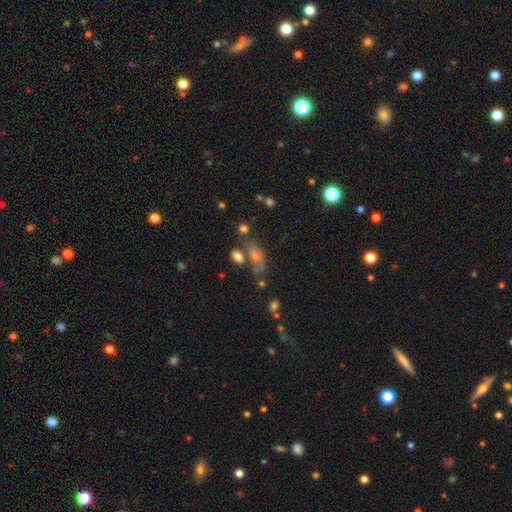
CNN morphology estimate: Smooth or featured: smooth — 58% (featured or disk — 26%)
How rounded: in between — 73% (cigar-shaped — 18%)
Merging: none — 41% (minor disturbance — 23%)